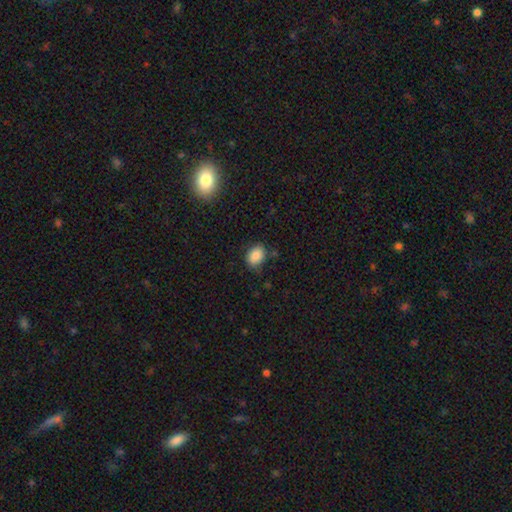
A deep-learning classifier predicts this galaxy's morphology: Smooth or featured? smooth (87%)
How rounded? in between (70%)
Merging? none (78%)